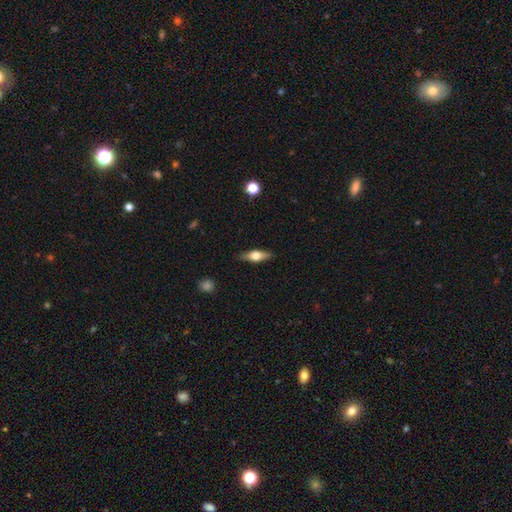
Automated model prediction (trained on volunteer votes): Smooth or featured: featured or disk — 48% (smooth — 45%)
Merging: none — 87% (minor disturbance — 10%)